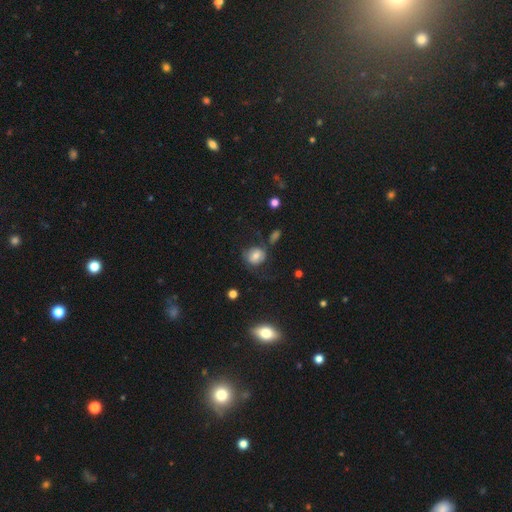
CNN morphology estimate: smooth-or-featured: smooth: 66% | featured or disk: 23% | star or artifact: 12%
  how-rounded: round: 69% | in between: 29% | cigar-shaped: 1%
  merging: none: 57% | minor disturbance: 21% | major disturbance: 15% | merger: 7%